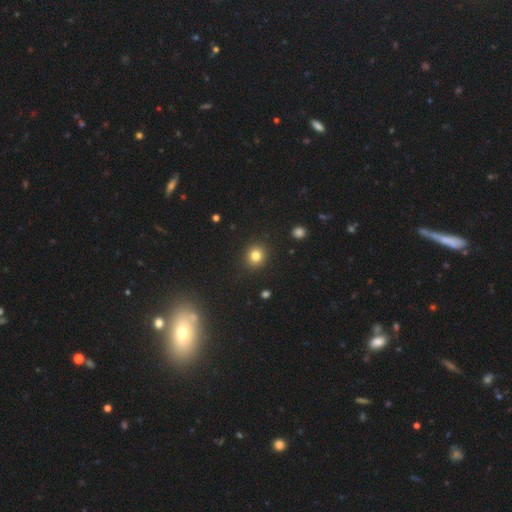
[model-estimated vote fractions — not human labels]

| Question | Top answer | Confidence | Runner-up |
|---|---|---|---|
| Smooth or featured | smooth | 81% | star or artifact (12%) |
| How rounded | round | 85% | in between (14%) |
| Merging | none | 91% | minor disturbance (6%) |